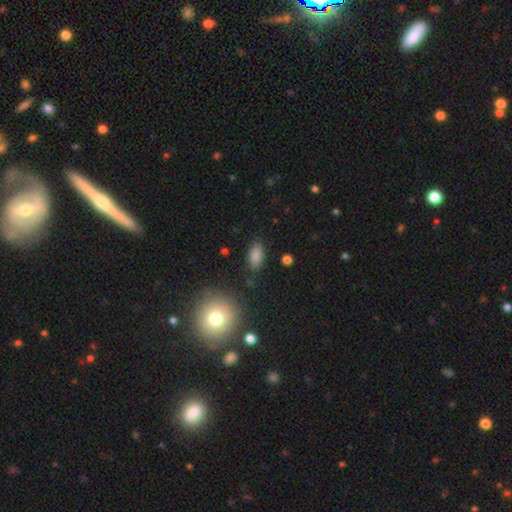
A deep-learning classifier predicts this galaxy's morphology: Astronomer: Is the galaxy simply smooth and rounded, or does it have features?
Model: smooth — 84%.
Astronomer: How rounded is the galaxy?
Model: in between — 91%.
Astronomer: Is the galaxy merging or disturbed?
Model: none — 85%.